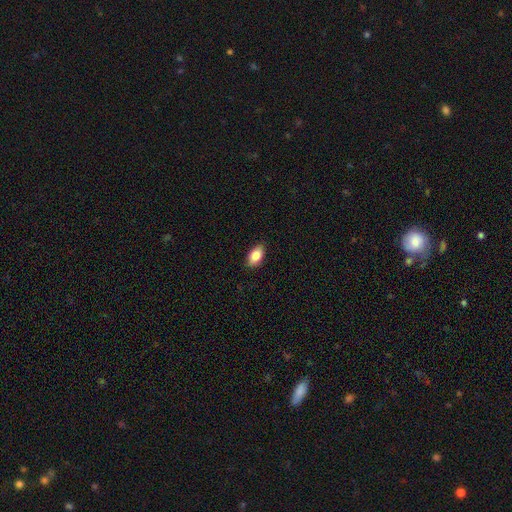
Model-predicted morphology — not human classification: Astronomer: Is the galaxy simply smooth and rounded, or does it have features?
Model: smooth — 84%.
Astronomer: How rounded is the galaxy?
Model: in between — 91%.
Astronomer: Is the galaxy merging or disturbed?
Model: none — 87%.